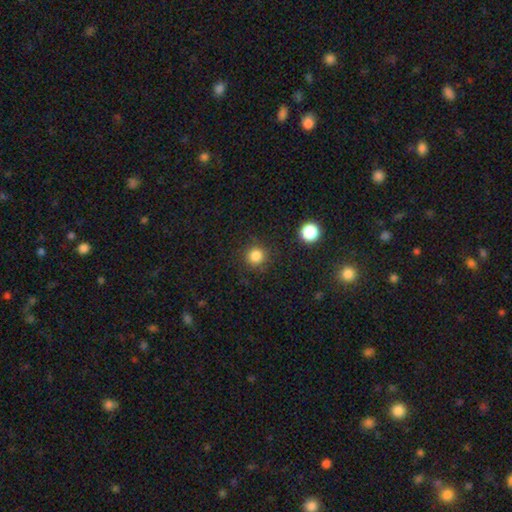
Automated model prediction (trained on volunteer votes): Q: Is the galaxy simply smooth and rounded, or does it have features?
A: smooth — 83%.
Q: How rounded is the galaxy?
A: round — 93%.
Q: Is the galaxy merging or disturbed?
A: none — 87%.